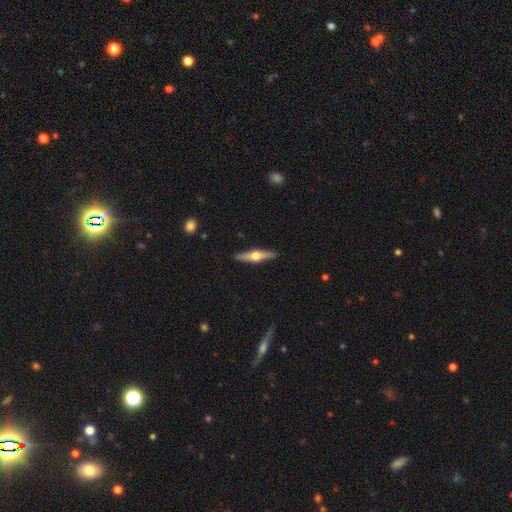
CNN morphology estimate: Smooth or featured: featured or disk — 68% (smooth — 27%)
Edge-on disk: yes — 97% (no — 3%)
Edge-on bulge: rounded — 95% (boxy — 3%)
Merging: none — 91% (minor disturbance — 7%)